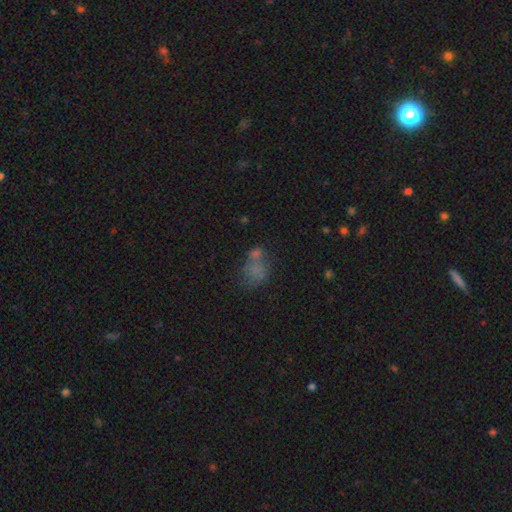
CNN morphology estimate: A smooth galaxy with no disk features (59%) that is in between round and cigar-shaped (53%). Merging: none (38%).